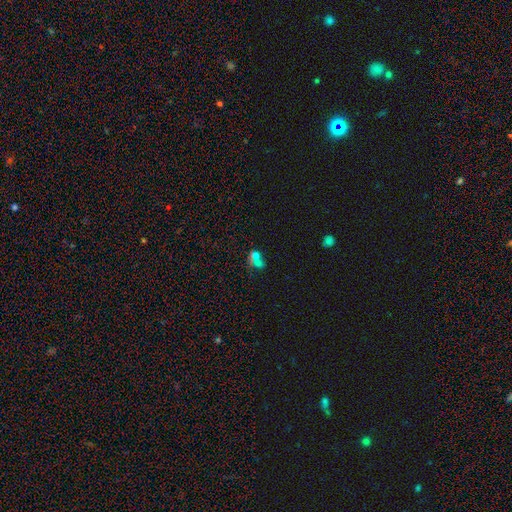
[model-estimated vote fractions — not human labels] Smooth or featured? smooth (42%)
Merging? merger (47%)